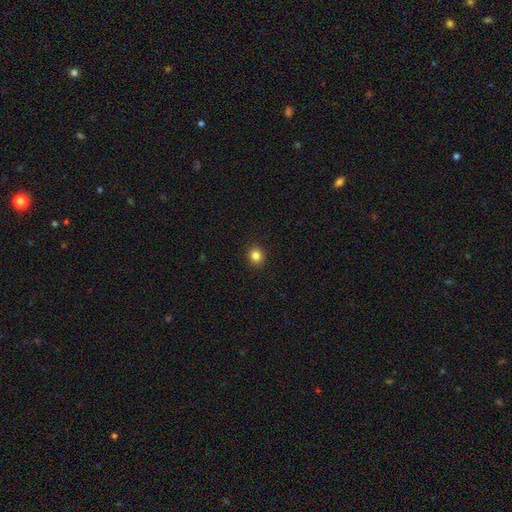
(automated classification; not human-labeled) Smooth or featured? Predicted: smooth (p=0.84). How rounded? Predicted: round (p=0.81). Merging? Predicted: none (p=0.92).